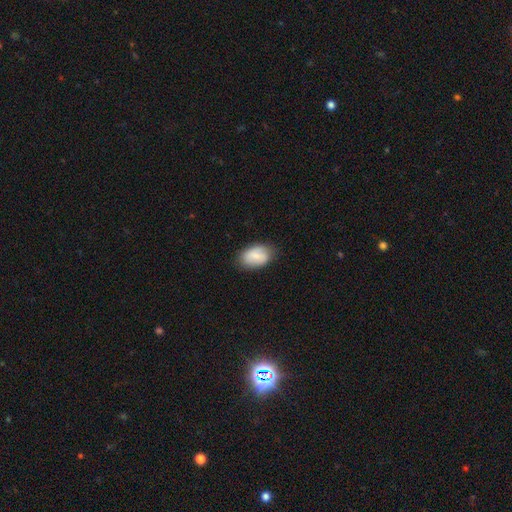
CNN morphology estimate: Q: Smooth or featured?
A: smooth (77%); runner-up: featured or disk (16%)
Q: How rounded?
A: in between (90%); runner-up: round (8%)
Q: Merging?
A: none (77%); runner-up: minor disturbance (19%)